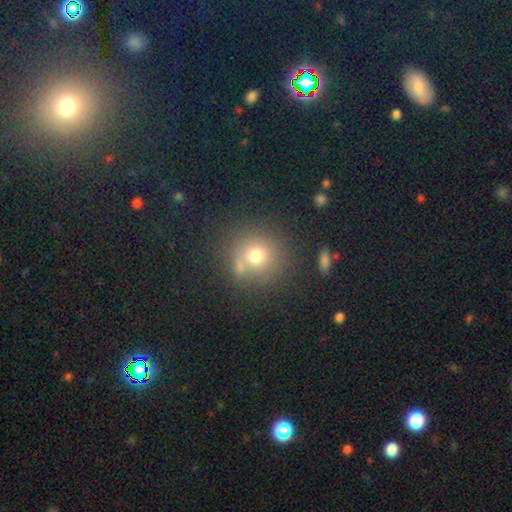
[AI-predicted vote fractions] A smooth galaxy with no disk features (72%) that is round (91%).

Vote fractions:
- Smooth or featured? smooth: 72% / star or artifact: 16% / featured or disk: 13%
- How rounded? round: 91% / in between: 8% / cigar-shaped: 1%
- Merging? none: 69% / merger: 16% / minor disturbance: 11% / major disturbance: 4%